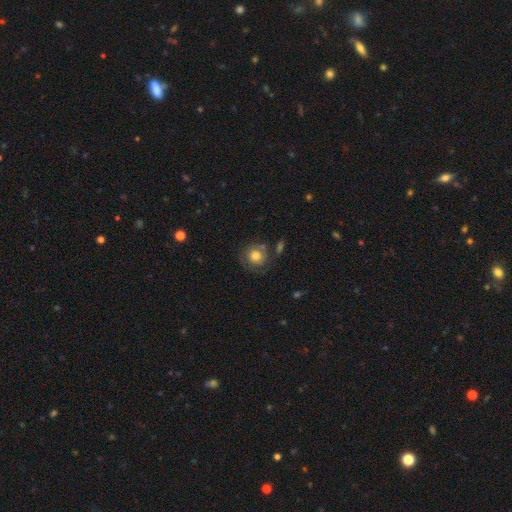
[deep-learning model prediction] This appears to be a smooth galaxy with no disk features (68%) that is round (89%). Merging: none (69%).